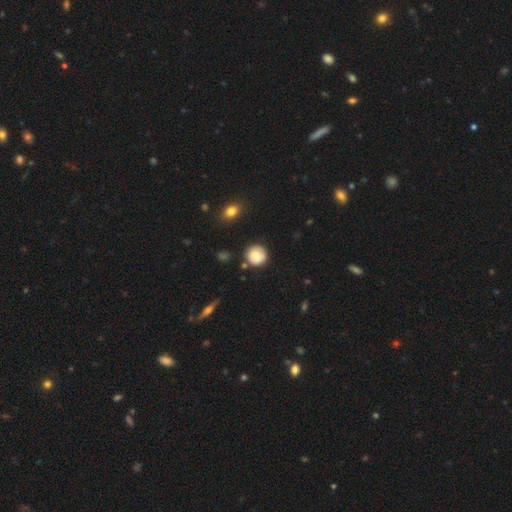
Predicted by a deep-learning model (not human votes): smooth 72%, featured or disk 20%, star or artifact 8%. Down the decision tree: how rounded — round (93%); merging — none (81%).